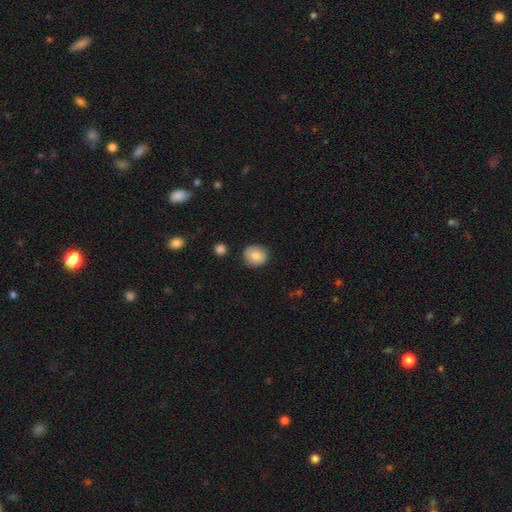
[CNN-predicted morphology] A smooth galaxy with no disk features (81%) that is round (83%).

Vote fractions:
- Smooth or featured? smooth: 81% / featured or disk: 11% / star or artifact: 8%
- How rounded? round: 83% / in between: 16% / cigar-shaped: 1%
- Merging? none: 85% / minor disturbance: 10% / major disturbance: 2% / merger: 2%